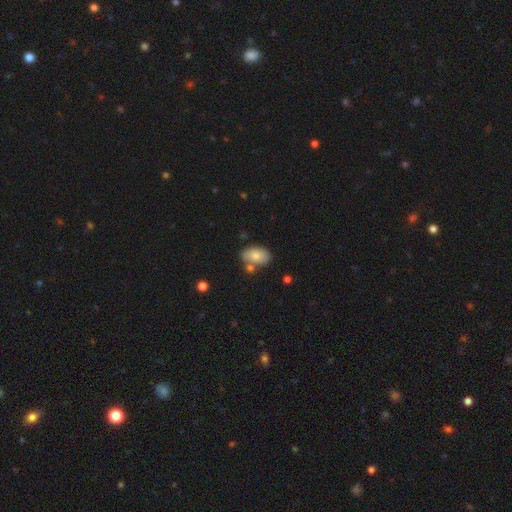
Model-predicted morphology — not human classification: smooth_or_featured: smooth (p=0.80) [alt: featured or disk p=0.12]
how_rounded: in between (p=0.91) [alt: round p=0.08]
merging: none (p=0.65) [alt: minor disturbance p=0.16]